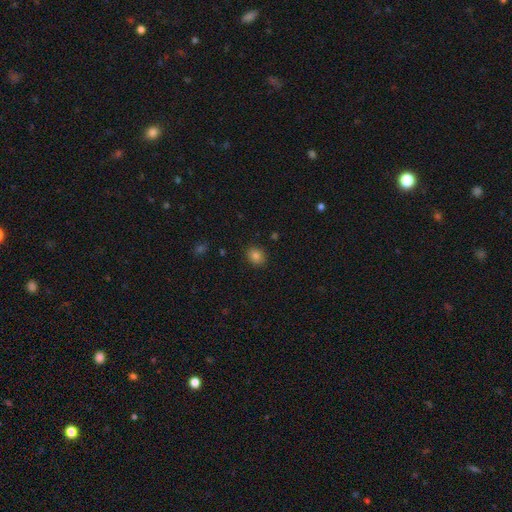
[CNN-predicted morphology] Smooth or featured? smooth (82%)
How rounded? round (68%)
Merging? none (89%)